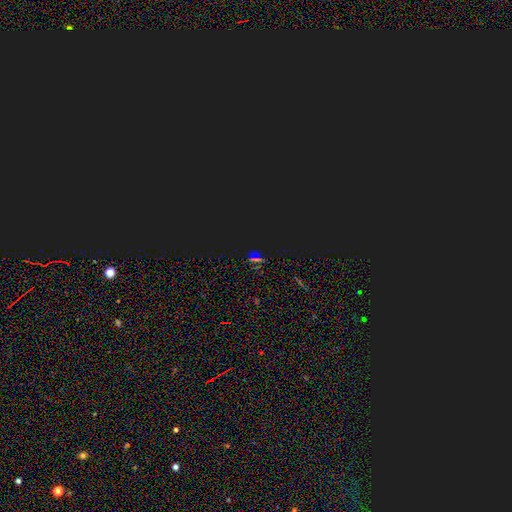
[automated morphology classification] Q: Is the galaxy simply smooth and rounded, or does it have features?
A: star or artifact — 77%.